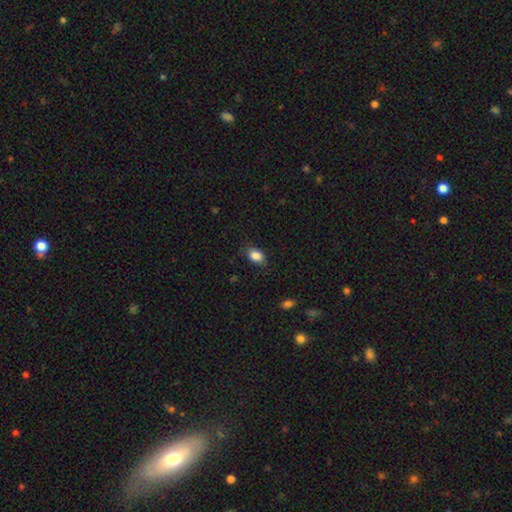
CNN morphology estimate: This appears to be a smooth galaxy with no disk features (87%) that is in between round and cigar-shaped (83%). Merging: none (80%).